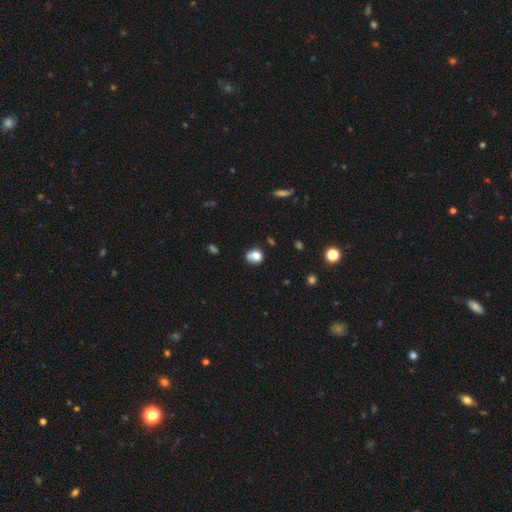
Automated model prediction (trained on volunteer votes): smooth_or_featured: smooth (p=0.79) [alt: star or artifact p=0.11]
how_rounded: round (p=0.63) [alt: in between p=0.36]
merging: none (p=0.58) [alt: minor disturbance p=0.26]